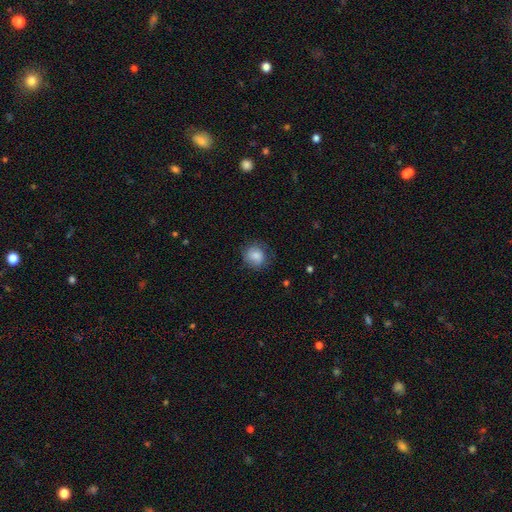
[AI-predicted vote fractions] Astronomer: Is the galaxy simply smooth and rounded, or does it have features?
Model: smooth — 83%.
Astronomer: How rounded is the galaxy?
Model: round — 83%.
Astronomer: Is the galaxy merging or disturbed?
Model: none — 74%.